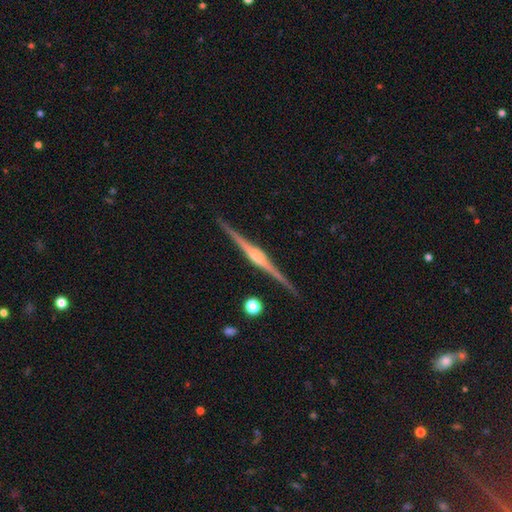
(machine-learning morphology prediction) Overall: featured or disk (88%). Edge-on disk: yes (99%). Edge-on bulge: rounded (74%). Merging: none (91%).